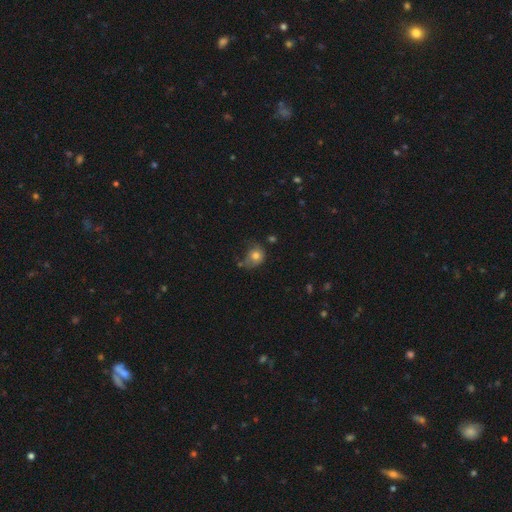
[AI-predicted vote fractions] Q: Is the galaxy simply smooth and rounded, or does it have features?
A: smooth — 75%.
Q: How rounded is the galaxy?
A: round — 59%.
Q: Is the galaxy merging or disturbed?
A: none — 39%.